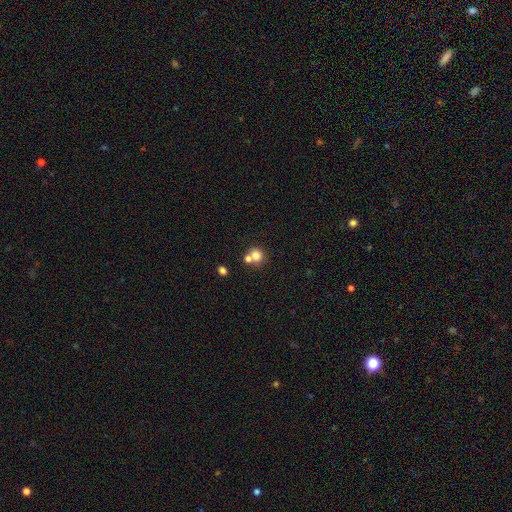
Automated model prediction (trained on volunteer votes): This is likely a smooth galaxy (77%). How rounded: clearly round (85%). Merging: possibly none (48%).